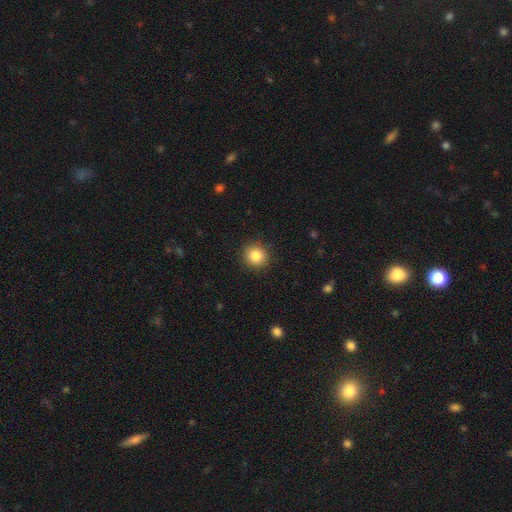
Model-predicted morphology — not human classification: smooth_or_featured: smooth (p=0.84) [alt: star or artifact p=0.10]
how_rounded: round (p=0.89) [alt: in between p=0.10]
merging: none (p=0.91) [alt: minor disturbance p=0.06]